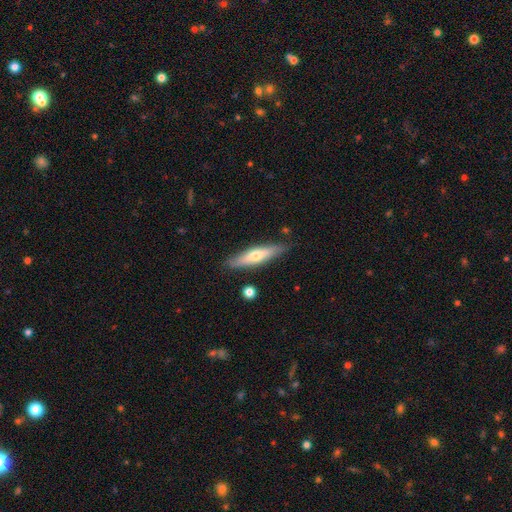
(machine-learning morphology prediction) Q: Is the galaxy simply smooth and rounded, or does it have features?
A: smooth — 50%.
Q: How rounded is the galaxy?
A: cigar-shaped — 76%.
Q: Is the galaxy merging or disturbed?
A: none — 84%.